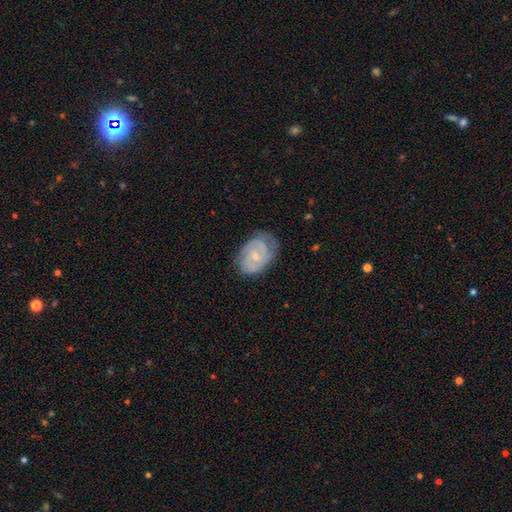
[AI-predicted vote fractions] This appears to be a featured or disk galaxy (75%) with no bar (56%), 2 (52%) tight (56%) spiral arms (92%) and a small central bulge (65%). Merging: none (68%).